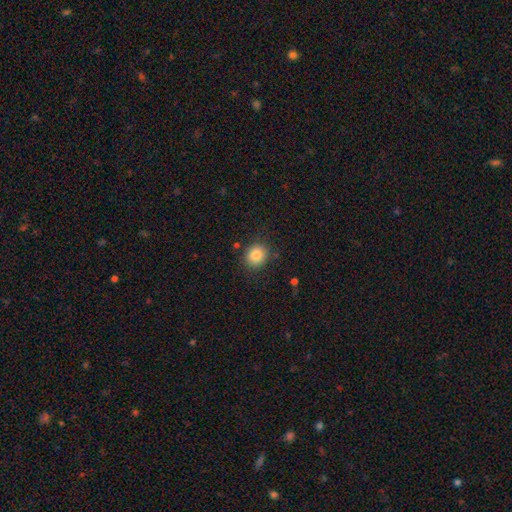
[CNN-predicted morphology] A smooth galaxy with no disk features (84%) that is round (77%). Merging: none (84%).